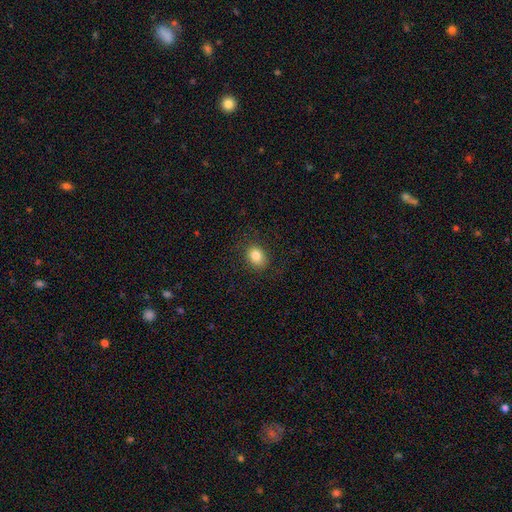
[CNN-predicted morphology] This is clearly a smooth galaxy (84%). How rounded: possibly in between (59%). Merging: clearly none (85%).